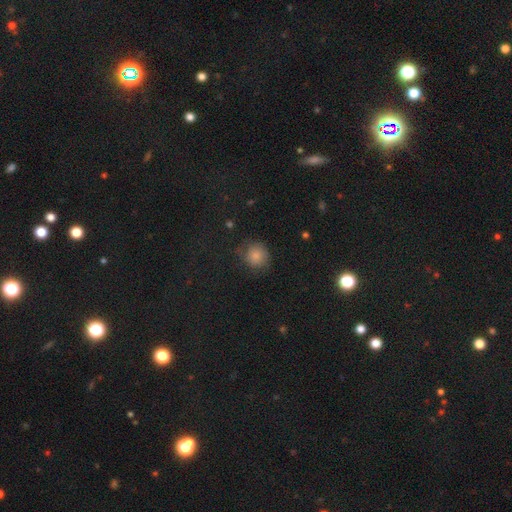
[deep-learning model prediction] Q: Smooth or featured?
A: smooth (76%); runner-up: star or artifact (13%)
Q: How rounded?
A: round (85%); runner-up: in between (14%)
Q: Merging?
A: none (69%); runner-up: minor disturbance (21%)